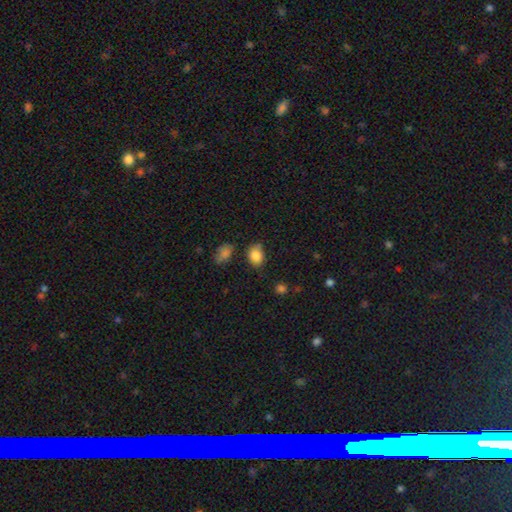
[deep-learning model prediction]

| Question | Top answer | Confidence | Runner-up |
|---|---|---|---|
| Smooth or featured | smooth | 84% | star or artifact (10%) |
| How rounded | in between | 62% | round (37%) |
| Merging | none | 64% | minor disturbance (26%) |